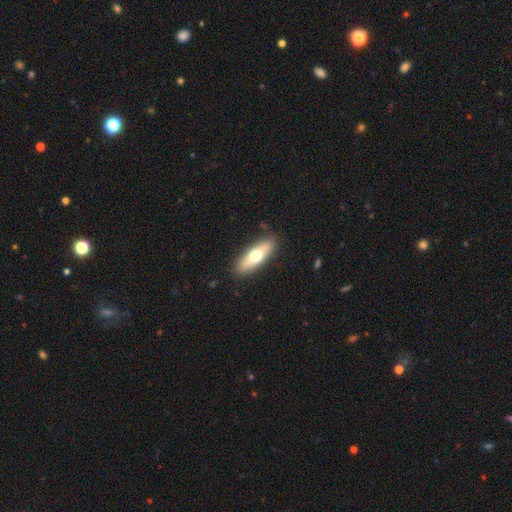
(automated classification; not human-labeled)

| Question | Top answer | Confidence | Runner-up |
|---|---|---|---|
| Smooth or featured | smooth | 62% | featured or disk (32%) |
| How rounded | in between | 56% | cigar-shaped (41%) |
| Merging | none | 88% | minor disturbance (9%) |